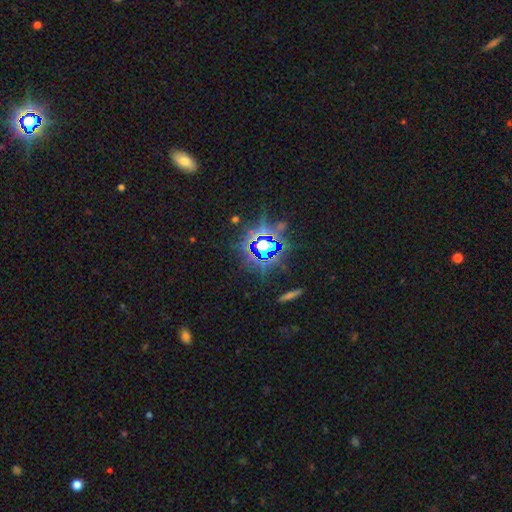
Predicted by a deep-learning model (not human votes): Smooth or featured: star or artifact — 77% (smooth — 13%)